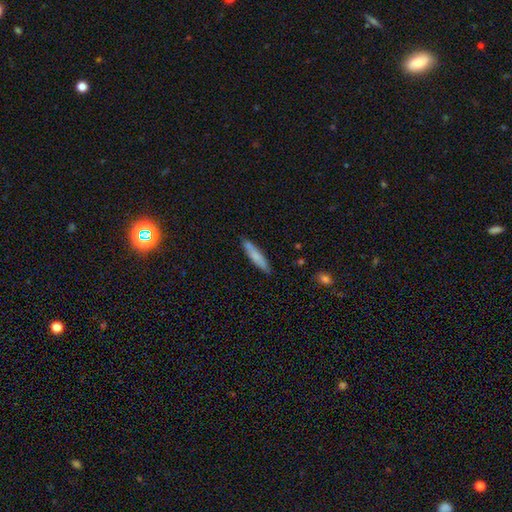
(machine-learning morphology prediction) This appears to be a smooth galaxy with no disk features (73%) that is cigar-shaped (88%). Merging: none (85%).